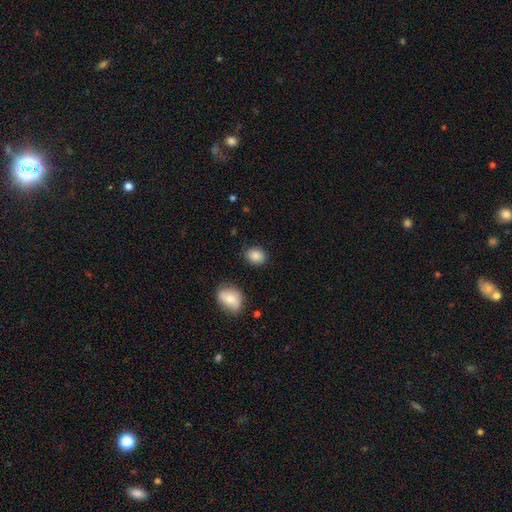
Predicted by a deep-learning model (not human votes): smooth-or-featured: smooth: 87% | star or artifact: 8% | featured or disk: 5%
  how-rounded: in between: 64% | round: 35% | cigar-shaped: 1%
  merging: none: 83% | minor disturbance: 12% | major disturbance: 3% | merger: 2%